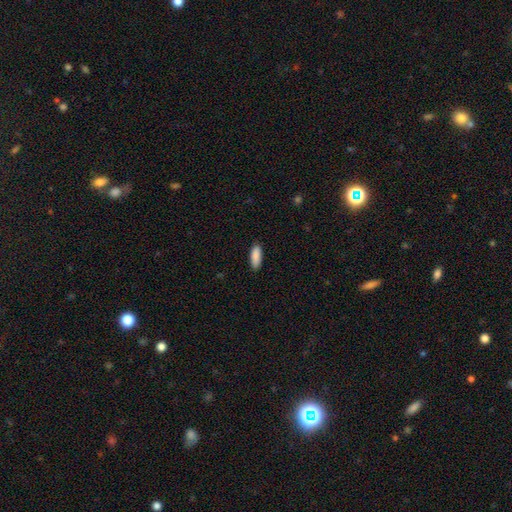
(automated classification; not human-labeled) Smooth or featured? Predicted: smooth (p=0.90). How rounded? Predicted: in between (p=0.71). Merging? Predicted: none (p=0.87).